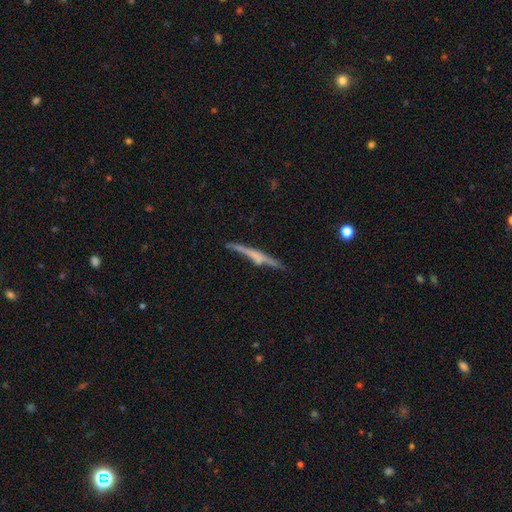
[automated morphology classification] Smooth or featured? Predicted: featured or disk (p=0.67). Edge-on disk? Predicted: yes (p=0.96). Edge-on bulge? Predicted: rounded (p=0.41). Merging? Predicted: none (p=0.76).